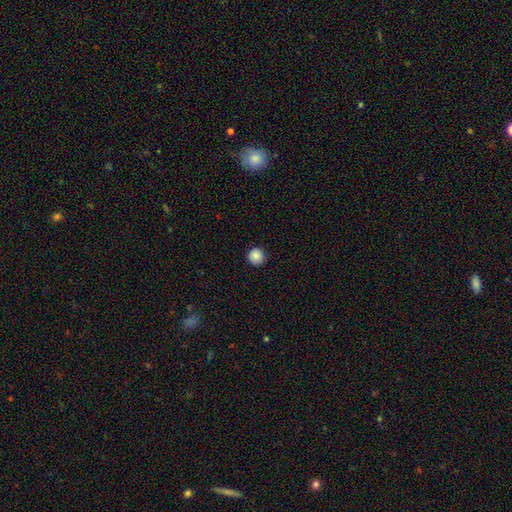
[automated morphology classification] smooth-or-featured: smooth: 87% | star or artifact: 9% | featured or disk: 4%
  how-rounded: round: 96% | in between: 3% | cigar-shaped: 1%
  merging: none: 91% | minor disturbance: 6% | major disturbance: 2% | merger: 1%